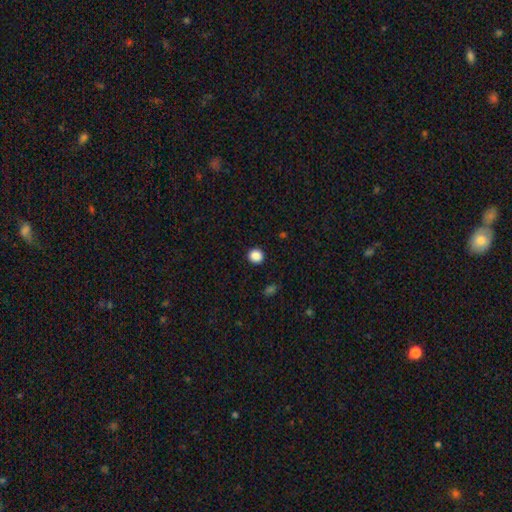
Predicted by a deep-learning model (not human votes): Smooth or featured? smooth (87%)
How rounded? round (92%)
Merging? none (93%)